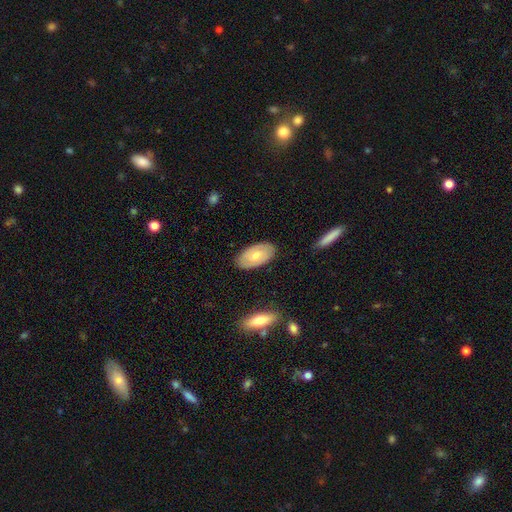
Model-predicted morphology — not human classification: This is possibly a smooth galaxy (53%). How rounded: clearly in between (94%). Merging: clearly none (85%).